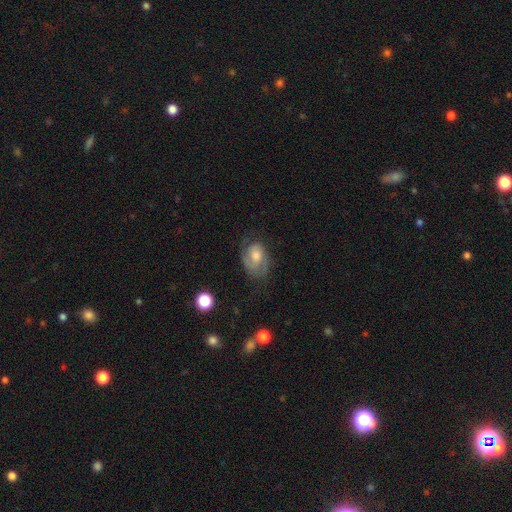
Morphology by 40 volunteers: A featured or disk galaxy (68%) with no bar (77%), 2 (41%) tight (55%) spiral arms (85%) and a moderate central bulge (54%).

Vote fractions:
- Smooth or featured? featured or disk: 68% / smooth: 22% / star or artifact: 10%
- Edge-on disk? no: 96% / yes: 4%
- Bar? no: 77% / weak: 23% / strong: 0%
- Spiral arms? yes: 85% / no: 15%
- Spiral winding? tight: 55% / medium: 36% / loose: 9%
- Spiral arm count? 2: 41% / can't tell: 23% / 1: 18% / 3: 18% / 4: 0% / more than 4: 0%
- Bulge size? moderate: 54% / small: 31% / large: 8% / none: 8% / dominant: 0%
- Merging? none: 39% / minor disturbance: 33% / major disturbance: 19% / merger: 8%